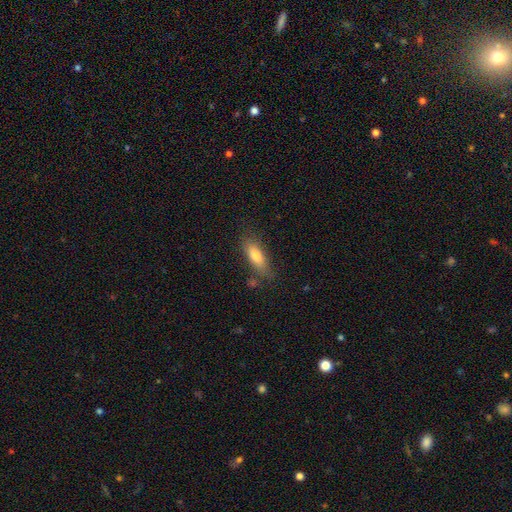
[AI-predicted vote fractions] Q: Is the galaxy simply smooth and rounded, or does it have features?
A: smooth — 75%.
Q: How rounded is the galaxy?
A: in between — 63%.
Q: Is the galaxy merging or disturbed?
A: none — 73%.